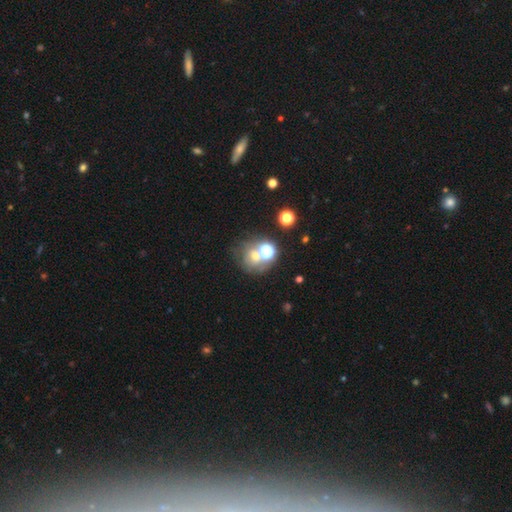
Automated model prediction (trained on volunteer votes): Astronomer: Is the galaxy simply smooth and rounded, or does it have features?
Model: smooth — 49% (runner-up: star or artifact, 31%).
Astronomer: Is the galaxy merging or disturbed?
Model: none — 47% (runner-up: merger, 29%).